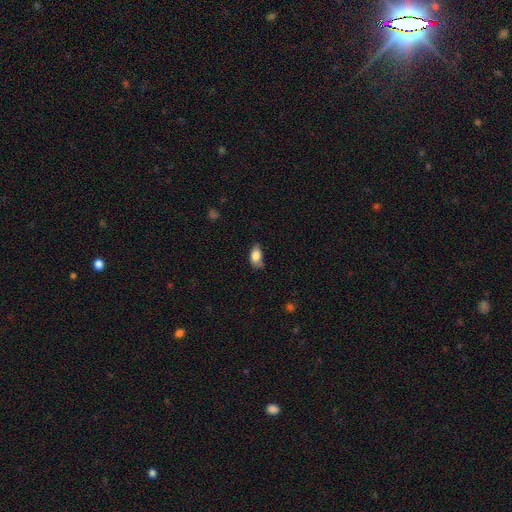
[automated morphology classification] type=smooth (84%); roundness=in between (90%); merging=none (57%).